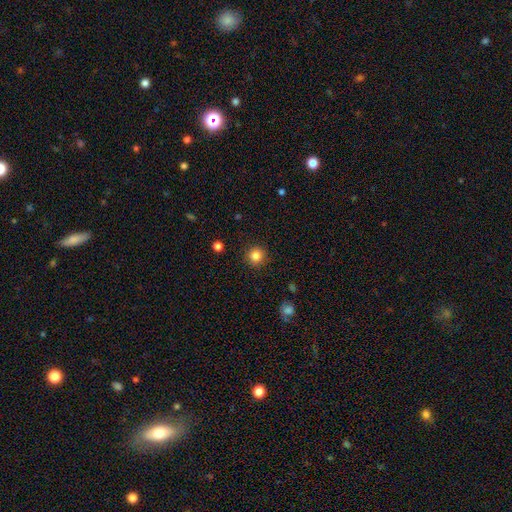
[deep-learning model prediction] Smooth or featured? smooth (84%)
How rounded? round (94%)
Merging? none (90%)